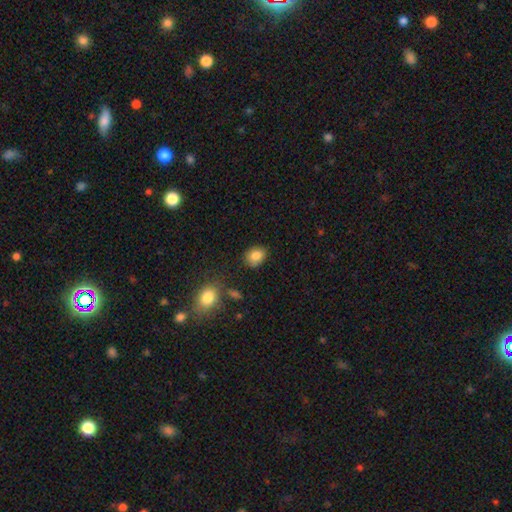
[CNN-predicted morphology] smooth_or_featured: smooth (p=0.85) [alt: star or artifact p=0.09]
how_rounded: round (p=0.50) [alt: in between p=0.49]
merging: none (p=0.80) [alt: minor disturbance p=0.14]